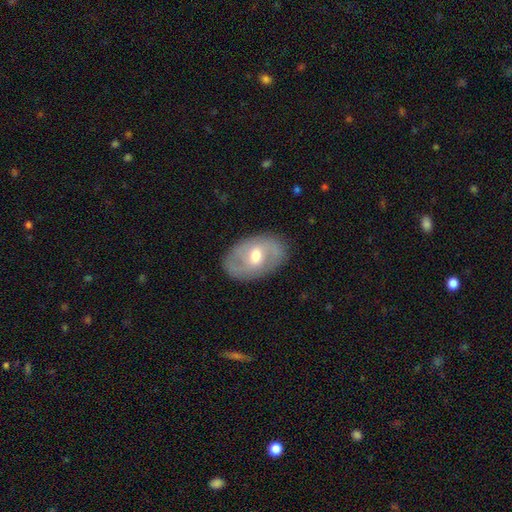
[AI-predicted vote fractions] Smooth or featured? featured or disk (58%)
Edge-on disk? no (93%)
Bar? weak (48%)
Spiral arms? yes (62%)
Bulge size? moderate (71%)
Merging? none (81%)